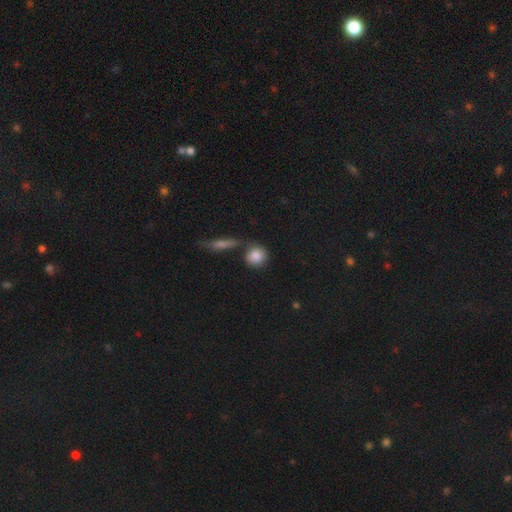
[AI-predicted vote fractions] smooth-or-featured: smooth: 84% | star or artifact: 8% | featured or disk: 8%
  how-rounded: round: 84% | in between: 13% | cigar-shaped: 3%
  merging: none: 63% | merger: 18% | minor disturbance: 13% | major disturbance: 5%